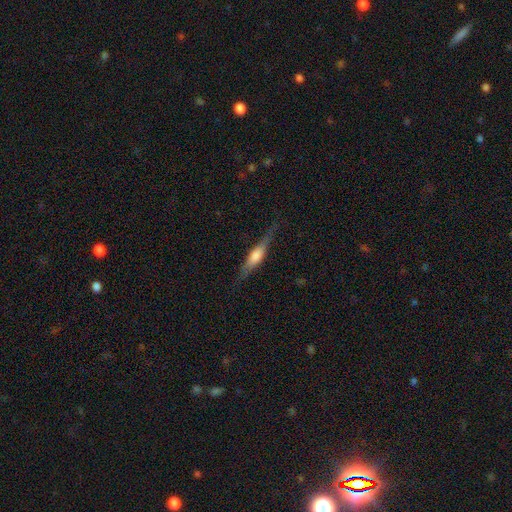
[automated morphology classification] A featured or disk galaxy (54%) viewed edge-on (94%) with a rounded central bulge (68%).

Vote fractions:
- Smooth or featured? featured or disk: 54% / smooth: 40% / star or artifact: 6%
- Edge-on disk? yes: 94% / no: 6%
- Edge-on bulge? rounded: 68% / boxy: 24% / none: 8%
- Merging? none: 78% / minor disturbance: 16% / major disturbance: 4% / merger: 1%